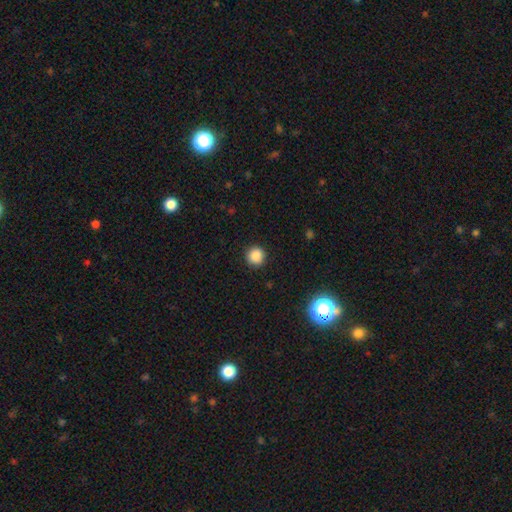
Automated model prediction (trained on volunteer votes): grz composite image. It shows a smooth galaxy with no disk features (87%) that is round (94%). Merging: none (92%).